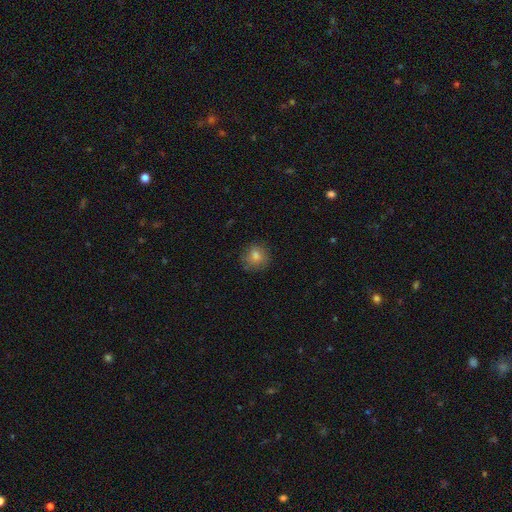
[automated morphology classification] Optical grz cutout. It shows a smooth galaxy with no disk features (78%) that is round (89%). Merging: none (83%).